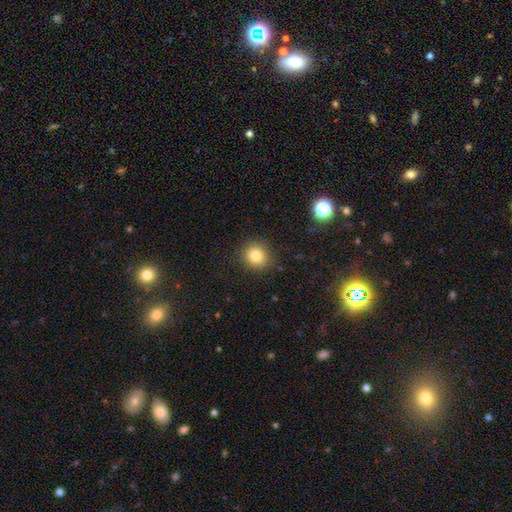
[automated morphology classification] A smooth galaxy with no disk features (81%) that is round (87%).

Vote fractions:
- Smooth or featured? smooth: 81% / star or artifact: 12% / featured or disk: 7%
- How rounded? round: 87% / in between: 12% / cigar-shaped: 1%
- Merging? none: 88% / minor disturbance: 8% / major disturbance: 3% / merger: 1%